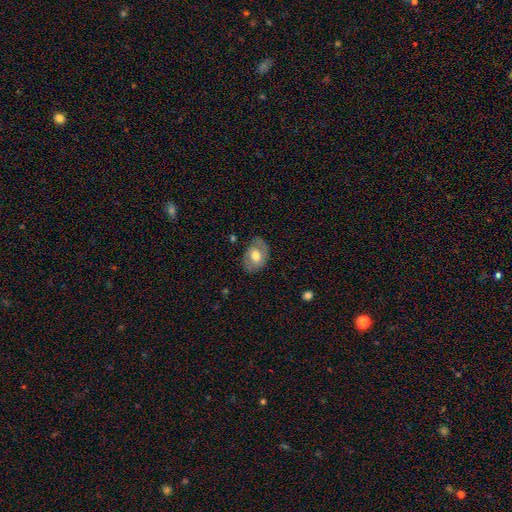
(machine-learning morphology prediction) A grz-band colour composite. It shows a smooth galaxy with no disk features (57%) that is in between round and cigar-shaped (75%). Merging: none (75%).